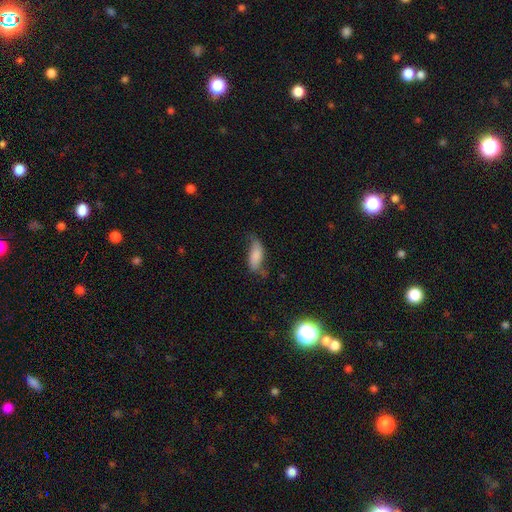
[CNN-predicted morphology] smooth 69%, featured or disk 23%, star or artifact 8%. Down the decision tree: how rounded — in between (78%); merging — none (48%).